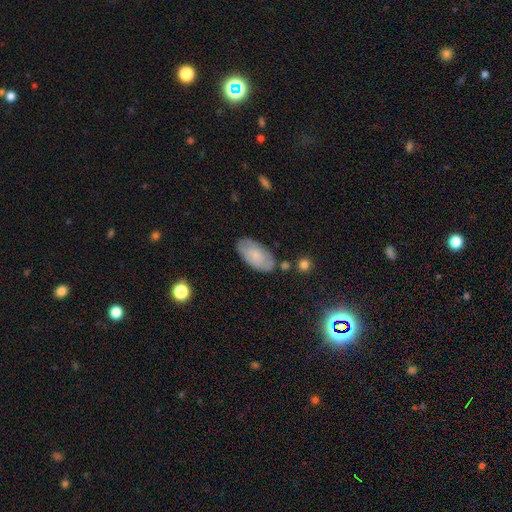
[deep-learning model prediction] Smooth or featured: smooth — 64% (featured or disk — 28%)
How rounded: in between — 94% (cigar-shaped — 3%)
Merging: none — 74% (minor disturbance — 18%)